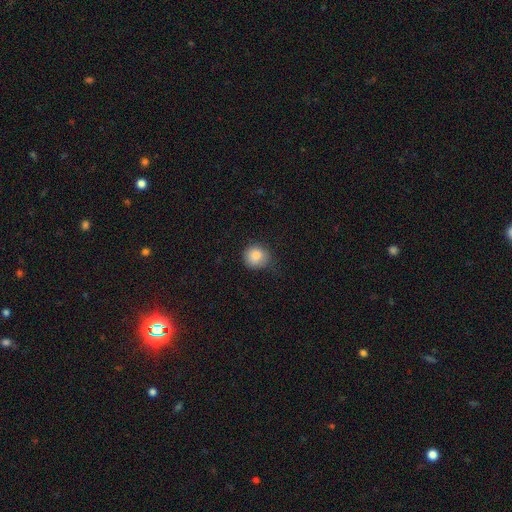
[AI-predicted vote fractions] A smooth galaxy with no disk features (85%) that is round (88%).

Vote fractions:
- Smooth or featured? smooth: 85% / star or artifact: 9% / featured or disk: 6%
- How rounded? round: 88% / in between: 11% / cigar-shaped: 1%
- Merging? none: 70% / minor disturbance: 23% / major disturbance: 6% / merger: 1%